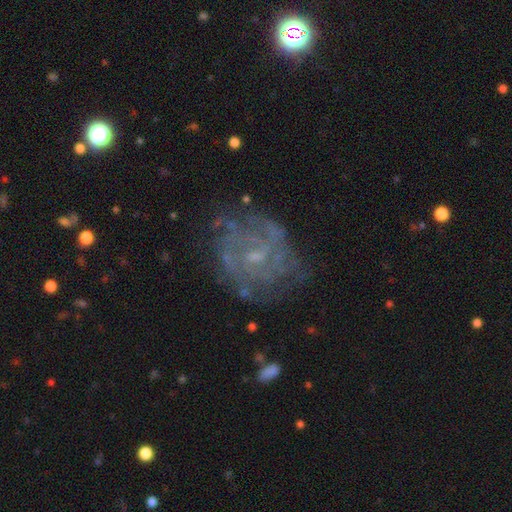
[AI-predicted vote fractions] Overall: featured or disk (76%). Edge-on disk: no (97%). Bar: no (53%; weak 40%). Spiral arms: yes (86%). Spiral arm count: can't tell (45%; 2 19%). Spiral winding: tight (52%; medium 36%). Bulge size: small (67%). Merging: none (72%).